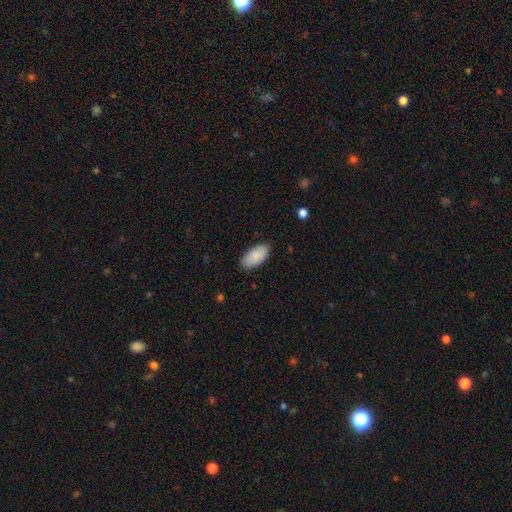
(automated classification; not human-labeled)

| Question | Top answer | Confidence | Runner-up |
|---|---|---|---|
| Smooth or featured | smooth | 88% | featured or disk (6%) |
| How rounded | in between | 95% | cigar-shaped (3%) |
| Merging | none | 84% | minor disturbance (13%) |